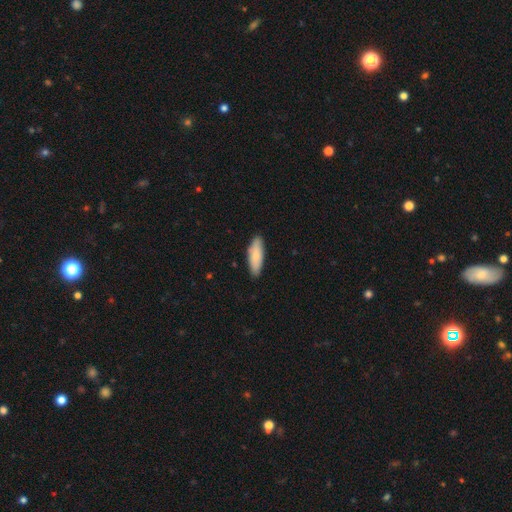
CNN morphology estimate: Smooth or featured?
  - smooth: 83% *
  - featured or disk: 11%
  - star or artifact: 5%
How rounded?
  - in between: 56% *
  - cigar-shaped: 43%
  - round: 2%
Merging?
  - none: 87% *
  - minor disturbance: 10%
  - major disturbance: 2%
  - merger: 1%